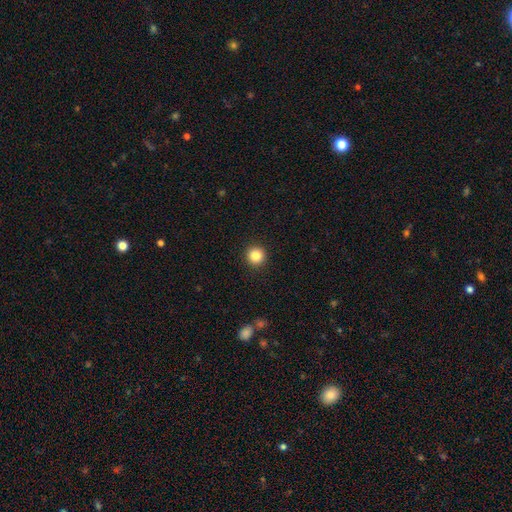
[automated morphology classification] Smooth or featured: smooth — 84% (star or artifact — 11%)
How rounded: round — 95% (in between — 4%)
Merging: none — 93% (minor disturbance — 4%)